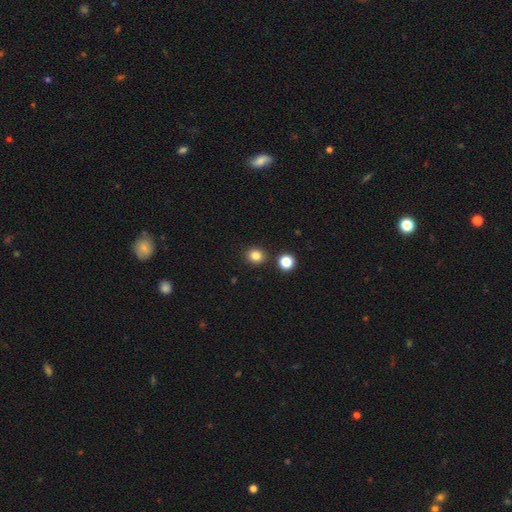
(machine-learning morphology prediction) Overall: smooth (83%). How rounded: round (83%). Merging: none (88%).